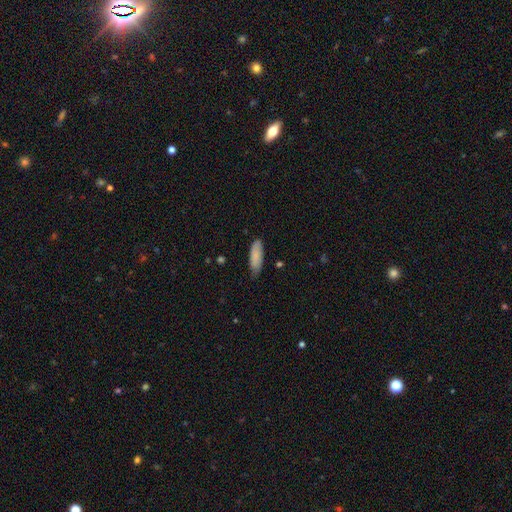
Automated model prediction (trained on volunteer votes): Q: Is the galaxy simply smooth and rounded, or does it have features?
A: smooth — 85%.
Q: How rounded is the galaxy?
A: in between — 59%.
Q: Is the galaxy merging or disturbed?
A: none — 73%.